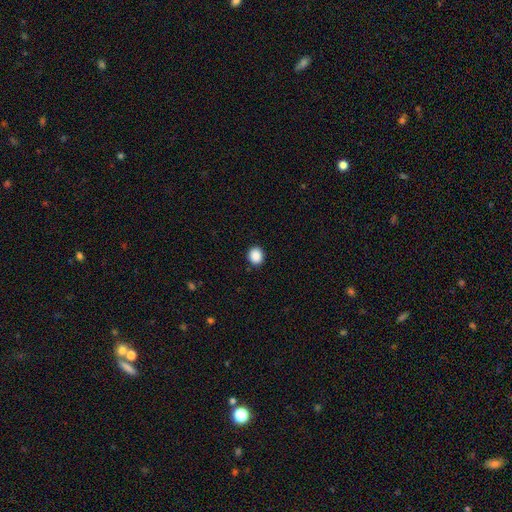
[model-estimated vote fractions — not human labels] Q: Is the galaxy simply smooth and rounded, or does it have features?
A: smooth — 89%.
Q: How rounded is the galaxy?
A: round — 75%.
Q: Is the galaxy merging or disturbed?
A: none — 91%.